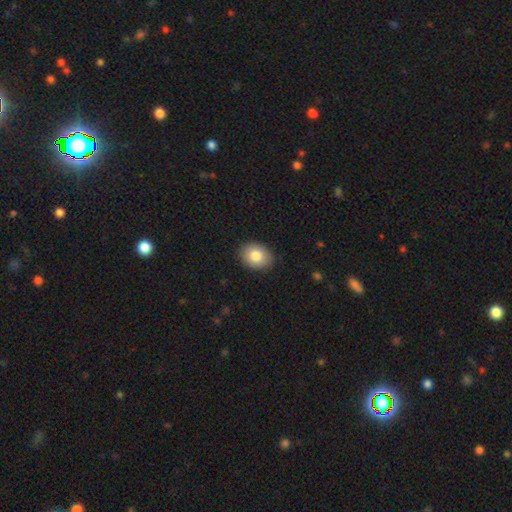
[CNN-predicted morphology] smooth_or_featured: smooth (p=0.82) [alt: featured or disk p=0.10]
how_rounded: in between (p=0.64) [alt: round p=0.35]
merging: none (p=0.88) [alt: minor disturbance p=0.09]